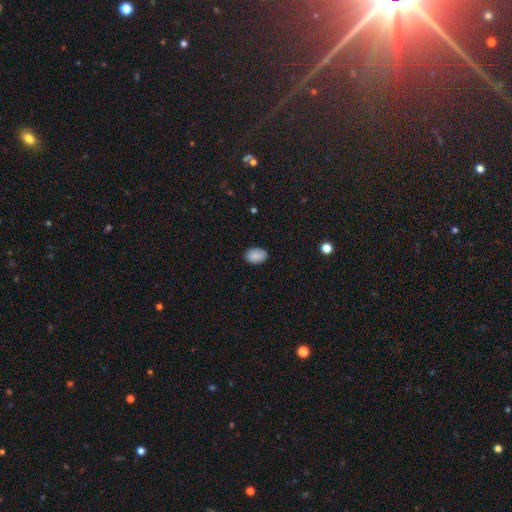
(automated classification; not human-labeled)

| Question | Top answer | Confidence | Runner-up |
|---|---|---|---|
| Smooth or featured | smooth | 88% | star or artifact (8%) |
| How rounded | in between | 83% | round (16%) |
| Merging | none | 85% | minor disturbance (12%) |